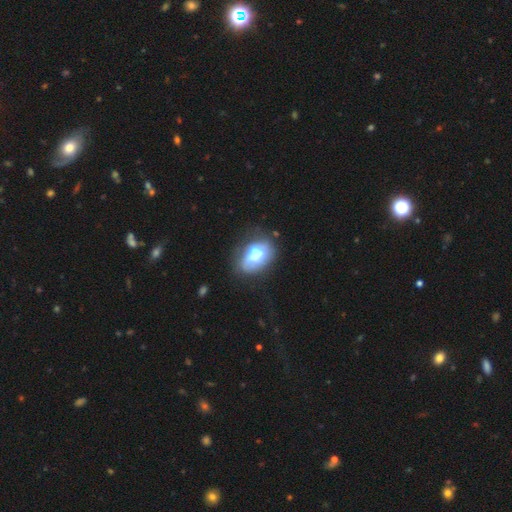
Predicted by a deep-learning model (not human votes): The model was most divided on "merging": none: 42%, minor disturbance: 25%, merger: 20%, major disturbance: 14%. More confident: how rounded — in between (83%); smooth or featured — smooth (57%).